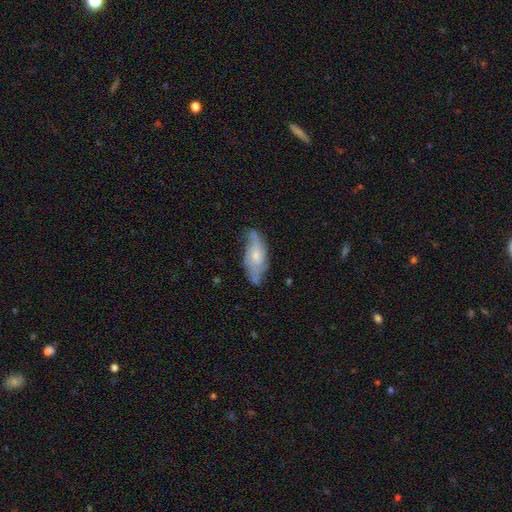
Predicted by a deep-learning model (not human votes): This appears to be a featured or disk galaxy (61%) with no bar (71%), spiral arms (82%) and a small central bulge (48%). Merging: none (57%).